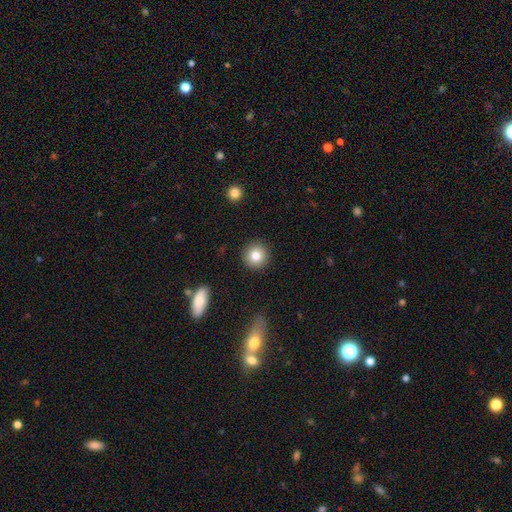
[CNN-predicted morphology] smooth-or-featured: smooth: 82% | star or artifact: 10% | featured or disk: 9%
  how-rounded: round: 94% | in between: 5% | cigar-shaped: 1%
  merging: none: 91% | minor disturbance: 5% | major disturbance: 2% | merger: 1%